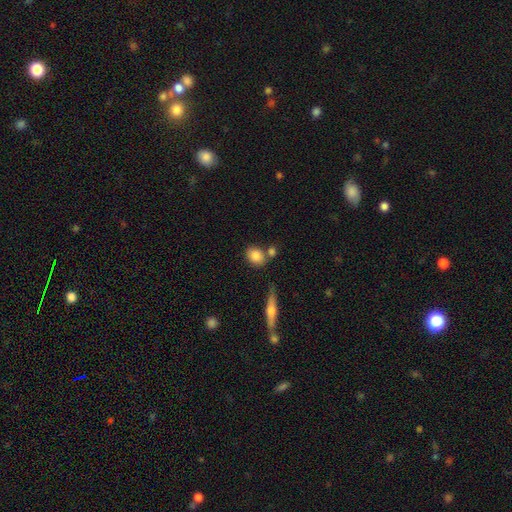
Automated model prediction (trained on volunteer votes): The model was most divided on "how rounded": round: 50%, in between: 46%, cigar-shaped: 4%. More confident: smooth or featured — smooth (83%); merging — none (65%).